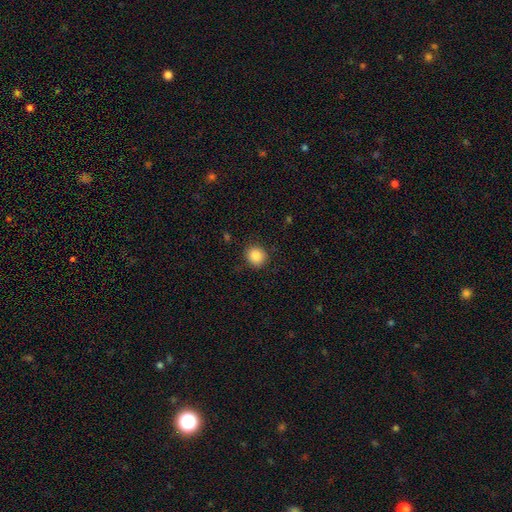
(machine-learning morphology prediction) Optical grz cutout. It shows a smooth galaxy with no disk features (87%) that is round (87%). Merging: none (88%).